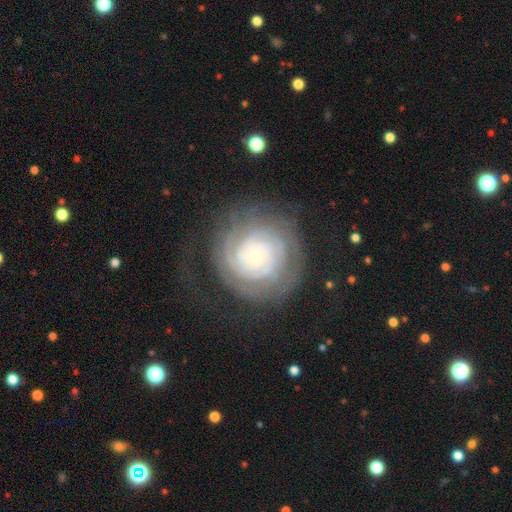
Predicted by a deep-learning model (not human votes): smooth_or_featured: featured or disk (p=0.78) [alt: smooth p=0.15]
disk_edge_on: no (p=0.97) [alt: yes p=0.03]
bar: no (p=0.84) [alt: weak p=0.12]
has_spiral_arms: yes (p=0.91) [alt: no p=0.09]
spiral_winding: tight (p=0.83) [alt: medium p=0.12]
spiral_arm_count: can't tell (p=0.43) [alt: 2 p=0.21]
bulge_size: small (p=0.78) [alt: moderate p=0.16]
merging: none (p=0.69) [alt: minor disturbance p=0.15]